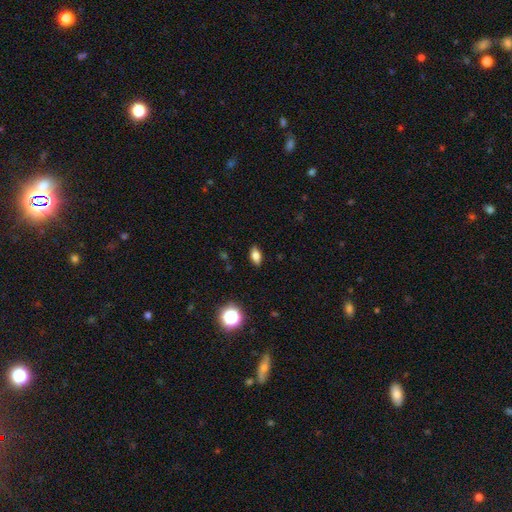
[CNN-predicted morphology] A smooth galaxy with no disk features (73%) that is in between round and cigar-shaped (82%).

Vote fractions:
- Smooth or featured? smooth: 73% / featured or disk: 15% / star or artifact: 12%
- How rounded? in between: 82% / cigar-shaped: 10% / round: 8%
- Merging? none: 88% / minor disturbance: 9% / major disturbance: 2% / merger: 1%